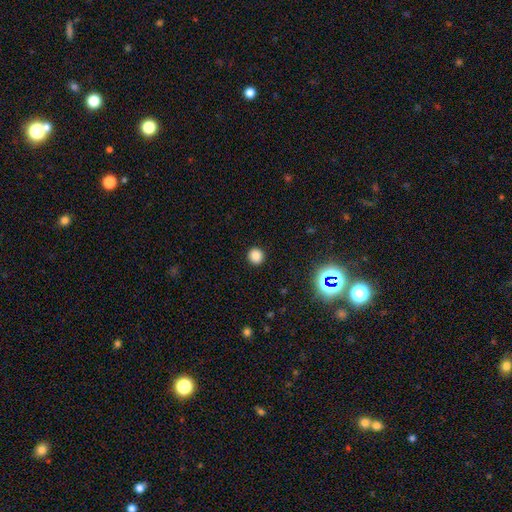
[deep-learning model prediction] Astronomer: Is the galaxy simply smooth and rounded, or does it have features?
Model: smooth — 84%.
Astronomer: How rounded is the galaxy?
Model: round — 88%.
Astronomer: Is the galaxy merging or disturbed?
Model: none — 91%.